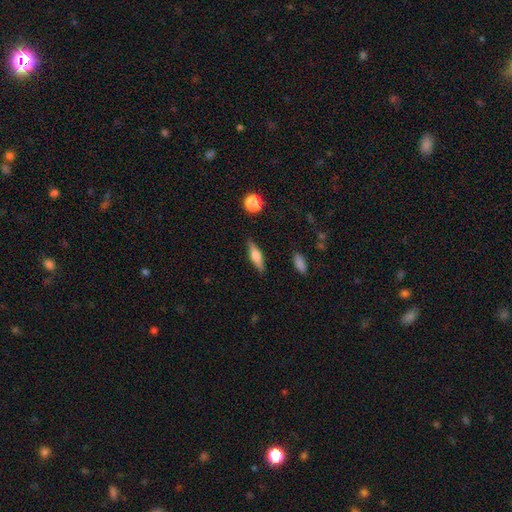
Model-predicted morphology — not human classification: Smooth or featured?
  - smooth: 48% *
  - featured or disk: 45%
  - star or artifact: 7%
Merging?
  - none: 87% *
  - minor disturbance: 10%
  - major disturbance: 2%
  - merger: 2%